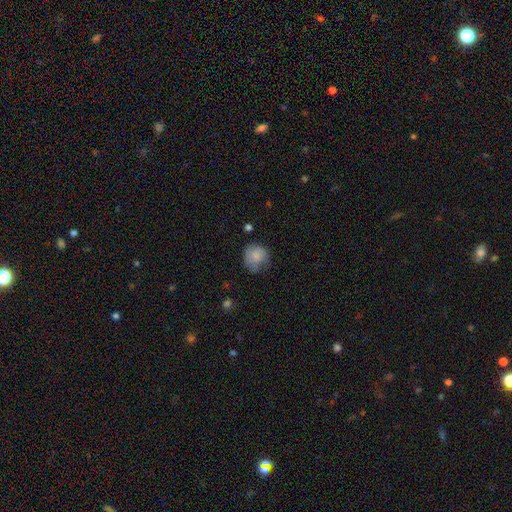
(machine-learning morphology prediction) smooth-or-featured: smooth: 74% | featured or disk: 18% | star or artifact: 8%
  how-rounded: round: 78% | in between: 21% | cigar-shaped: 1%
  merging: none: 51% | minor disturbance: 32% | major disturbance: 15% | merger: 2%